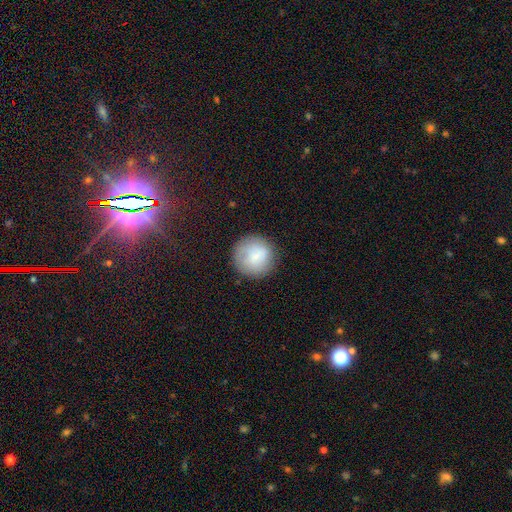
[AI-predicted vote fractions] smooth 79%, featured or disk 14%, star or artifact 8%. Down the decision tree: how rounded — round (95%); merging — none (82%).